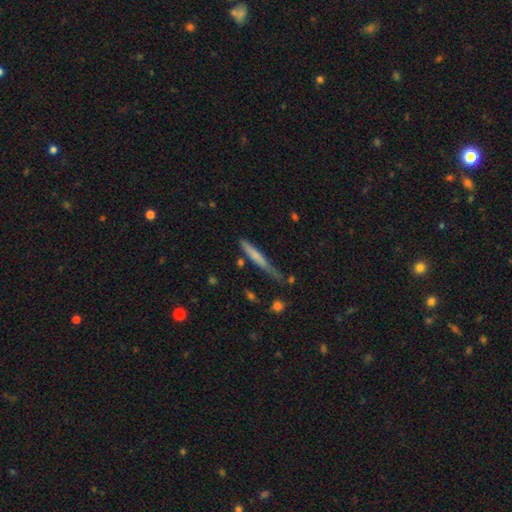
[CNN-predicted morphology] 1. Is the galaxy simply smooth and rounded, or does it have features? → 63% smooth, 30% featured or disk, 7% star or artifact.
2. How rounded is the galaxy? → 94% cigar-shaped, 4% in between, 2% round.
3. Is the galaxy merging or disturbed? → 58% none, 28% minor disturbance, 9% major disturbance, 6% merger.